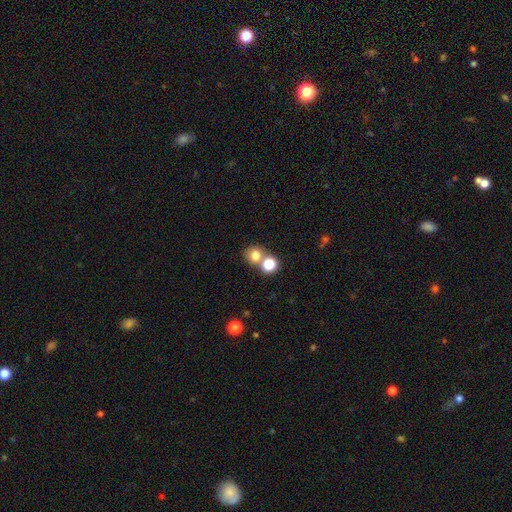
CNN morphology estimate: Smooth or featured? Predicted: smooth (p=0.76). How rounded? Predicted: round (p=0.82). Merging? Predicted: none (p=0.53).